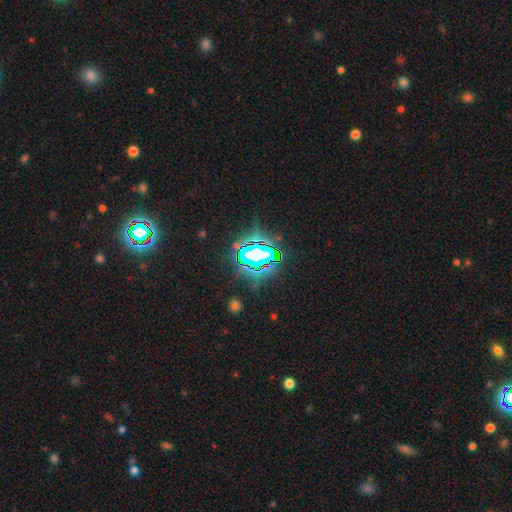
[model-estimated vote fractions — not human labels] This is likely a star or artifact rather than a galaxy (72%).